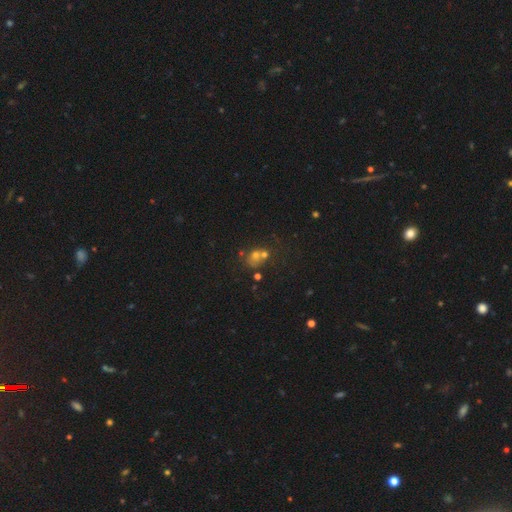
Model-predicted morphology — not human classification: This is possibly a smooth galaxy (50%). How rounded: likely round (71%). Merging: possibly merger (45%).